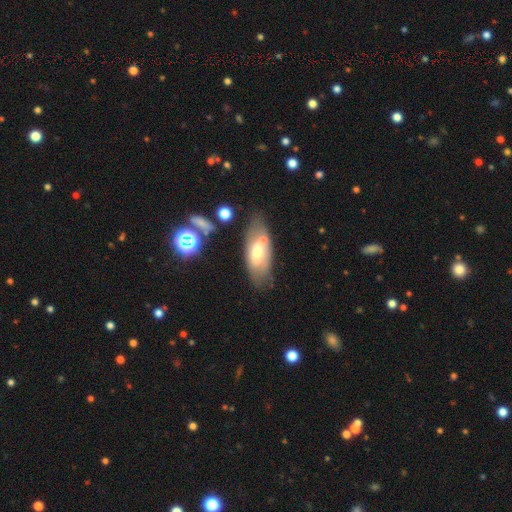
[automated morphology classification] smooth 49%, featured or disk 43%, star or artifact 7%. Down the decision tree: merging — none (65%).